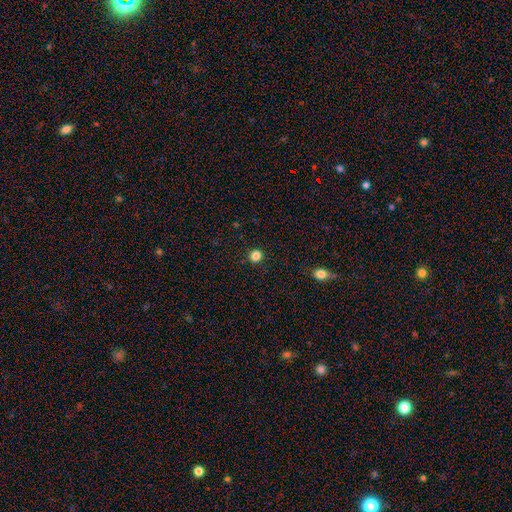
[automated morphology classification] The model was most divided on "smooth or featured": smooth: 84%, star or artifact: 13%, featured or disk: 3%. More confident: how rounded — round (92%); merging — none (92%).